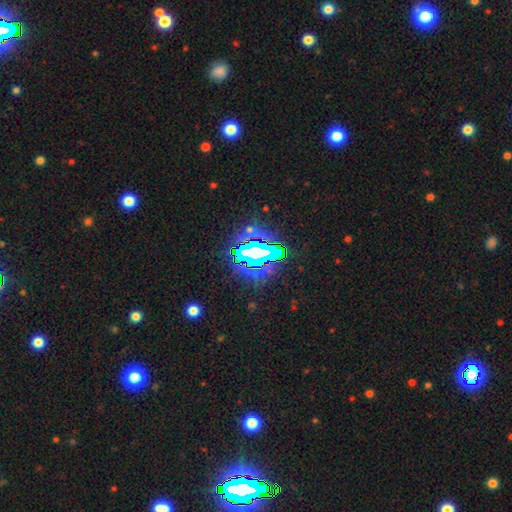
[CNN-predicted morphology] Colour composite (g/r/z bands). It shows a star or artifact, not a galaxy (83%).